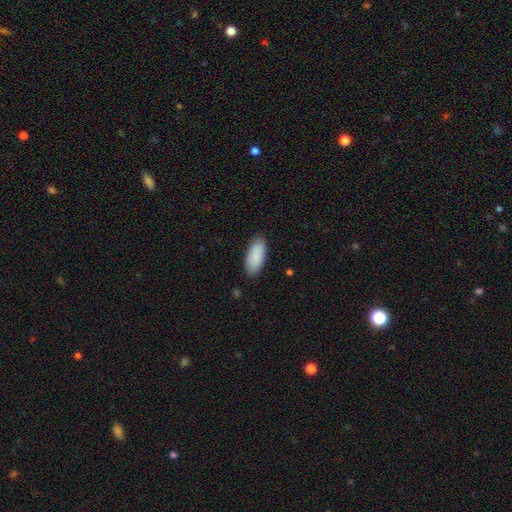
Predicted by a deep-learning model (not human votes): A smooth galaxy with no disk features (89%) that is in between round and cigar-shaped (87%).

Vote fractions:
- Smooth or featured? smooth: 89% / star or artifact: 6% / featured or disk: 5%
- How rounded? in between: 87% / cigar-shaped: 11% / round: 2%
- Merging? none: 86% / minor disturbance: 11% / major disturbance: 2% / merger: 1%